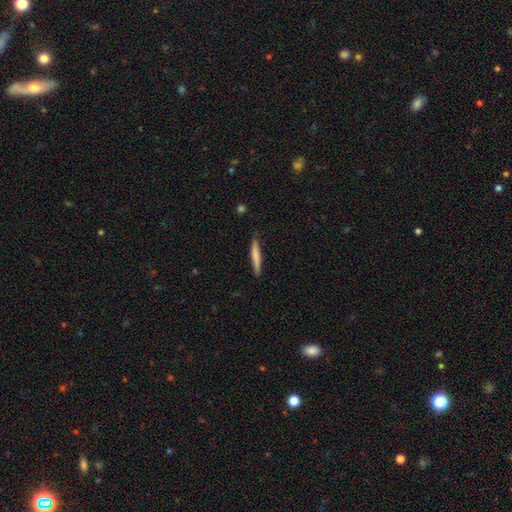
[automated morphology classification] type=smooth (70%); roundness=cigar-shaped (95%); merging=none (85%).